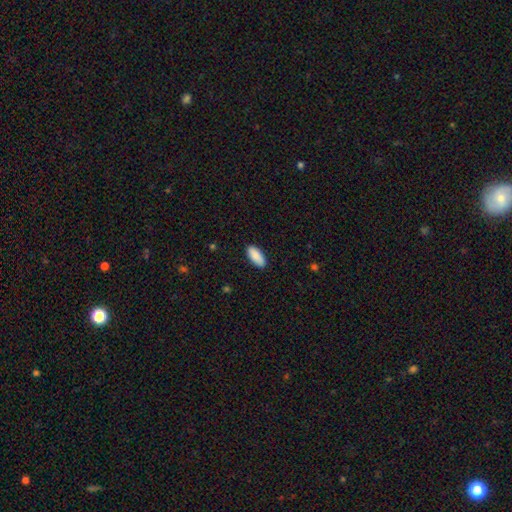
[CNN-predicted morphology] Q: Smooth or featured?
A: smooth (90%); runner-up: star or artifact (6%)
Q: How rounded?
A: in between (88%); runner-up: cigar-shaped (10%)
Q: Merging?
A: none (89%); runner-up: minor disturbance (8%)